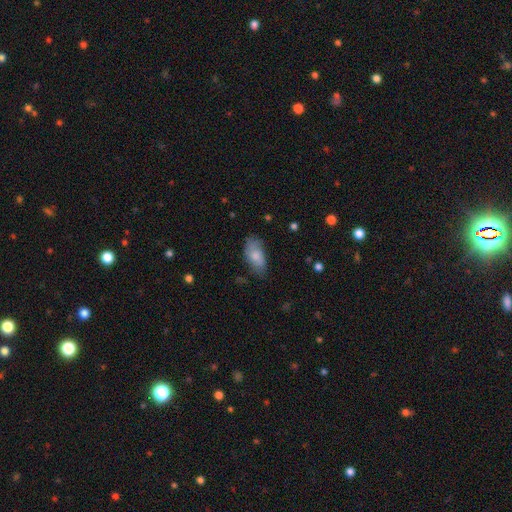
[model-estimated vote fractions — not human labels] Morphology: type=smooth (78%); roundness=in between (92%); merging=none (61%).